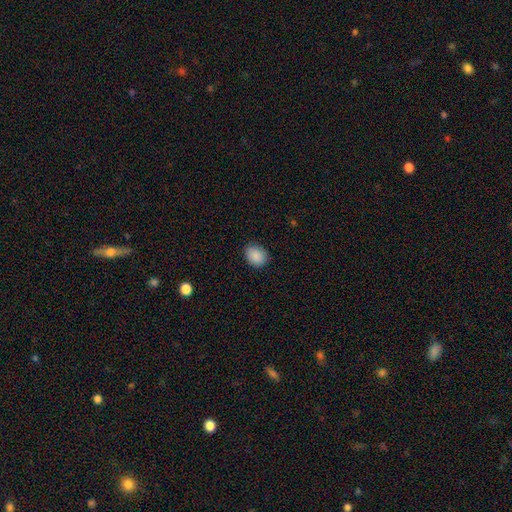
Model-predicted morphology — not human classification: This appears to be a smooth galaxy with no disk features (89%) that is in between round and cigar-shaped (56%). Merging: none (84%).